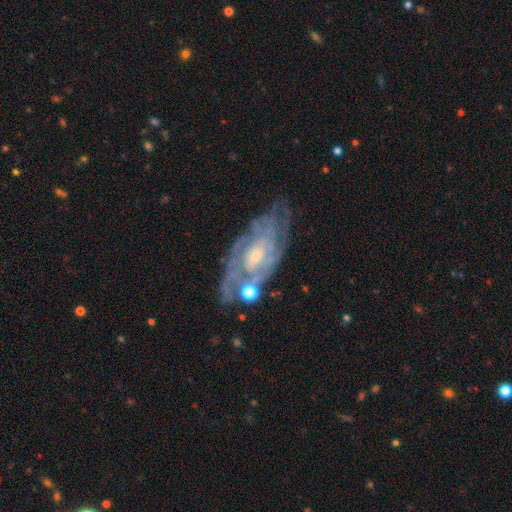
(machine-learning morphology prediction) Q: Smooth or featured?
A: featured or disk (82%); runner-up: smooth (12%)
Q: Edge-on disk?
A: no (92%); runner-up: yes (8%)
Q: Bar?
A: no (62%); runner-up: weak (30%)
Q: Spiral arms?
A: yes (86%); runner-up: no (14%)
Q: Spiral winding?
A: tight (67%); runner-up: medium (26%)
Q: Spiral arm count?
A: can't tell (54%); runner-up: 2 (17%)
Q: Bulge size?
A: small (61%); runner-up: moderate (33%)
Q: Merging?
A: none (59%); runner-up: minor disturbance (22%)